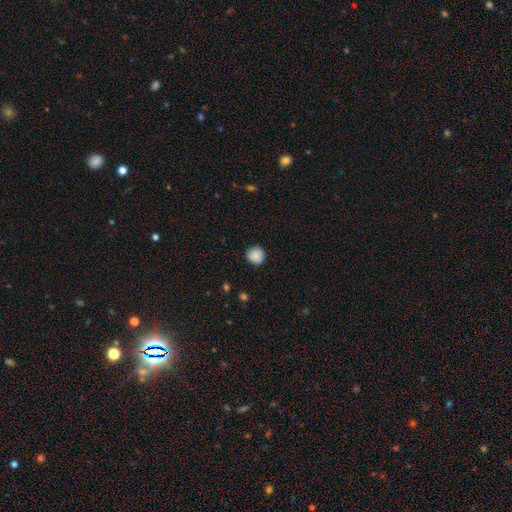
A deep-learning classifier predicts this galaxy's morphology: The model was most divided on "smooth or featured": smooth: 89%, star or artifact: 9%, featured or disk: 3%. More confident: how rounded — round (92%); merging — none (89%).